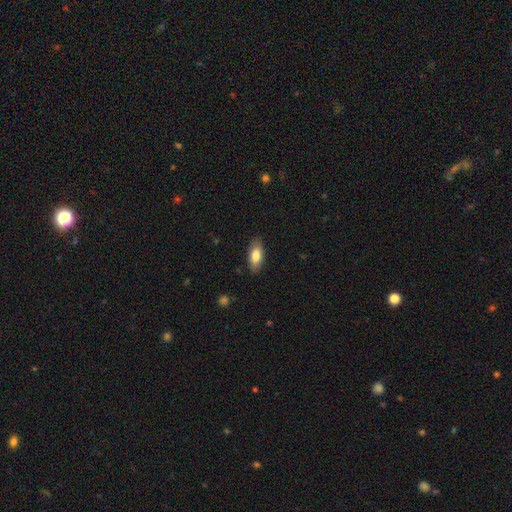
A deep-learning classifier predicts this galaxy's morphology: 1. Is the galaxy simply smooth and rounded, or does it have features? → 79% smooth, 15% featured or disk, 6% star or artifact.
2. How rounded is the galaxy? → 85% in between, 12% cigar-shaped, 3% round.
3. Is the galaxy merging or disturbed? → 86% none, 11% minor disturbance, 2% major disturbance, 1% merger.